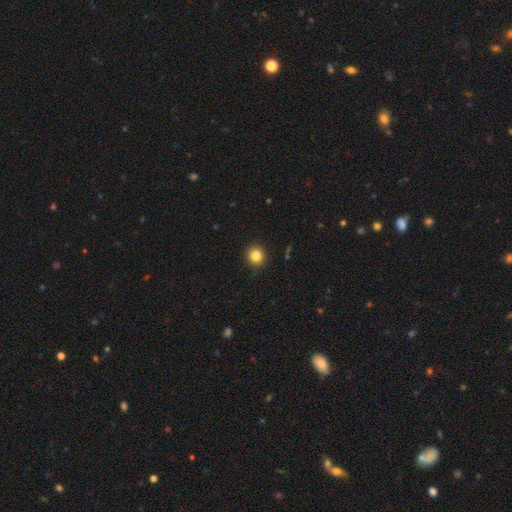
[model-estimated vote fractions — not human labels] Smooth or featured? Predicted: smooth (p=0.84). How rounded? Predicted: round (p=0.90). Merging? Predicted: none (p=0.89).